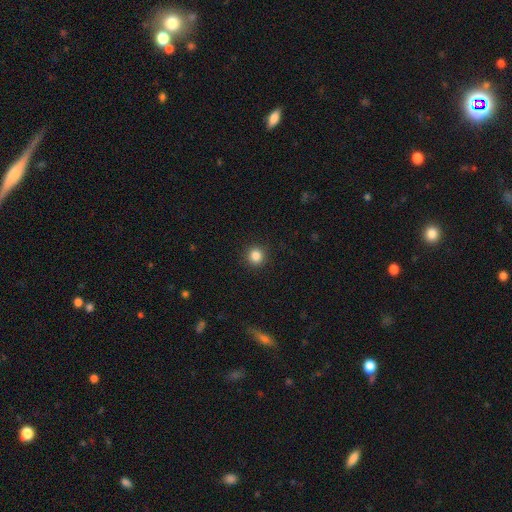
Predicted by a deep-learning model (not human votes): Smooth or featured? Predicted: smooth (p=0.85). How rounded? Predicted: round (p=0.92). Merging? Predicted: none (p=0.92).